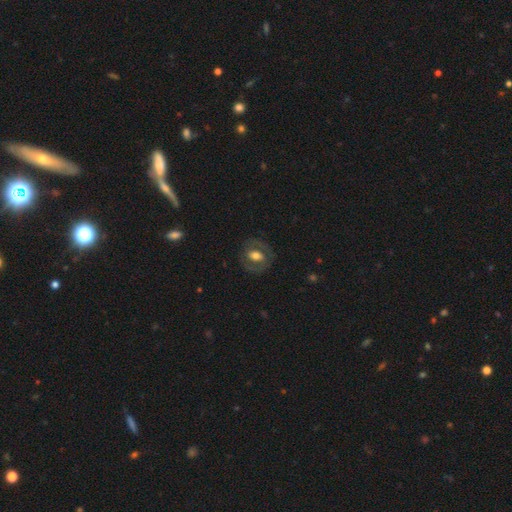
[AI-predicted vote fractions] A featured or disk galaxy (47%).

Vote fractions:
- Smooth or featured? featured or disk: 47% / smooth: 46% / star or artifact: 7%
- Merging? none: 78% / minor disturbance: 13% / major disturbance: 8% / merger: 1%